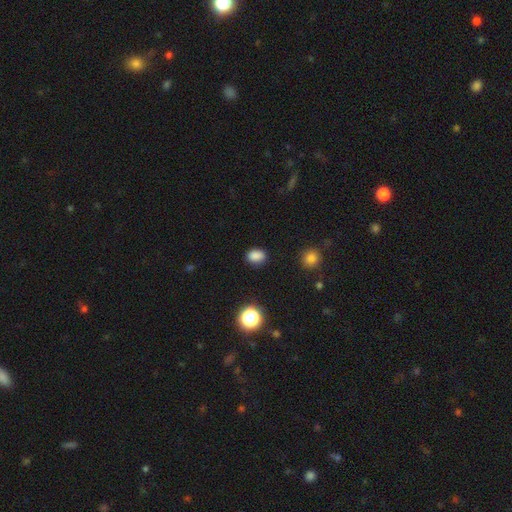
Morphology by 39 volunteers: Volunteers were most divided on "how rounded": in between: 62%, round: 38%, cigar-shaped: 0%. More confident: smooth or featured — smooth (95%); merging — none (84%).